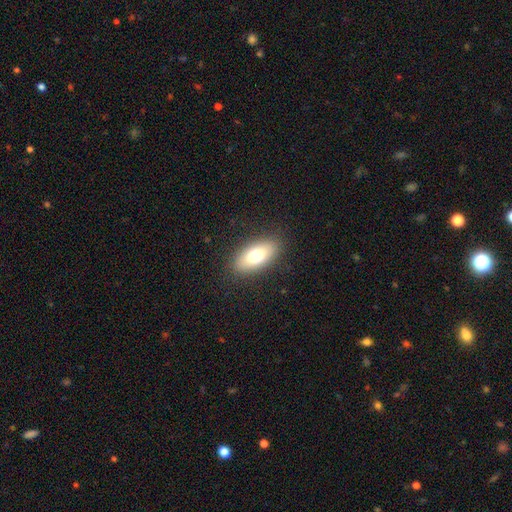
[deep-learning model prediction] Smooth or featured: smooth — 75% (featured or disk — 17%)
How rounded: in between — 85% (cigar-shaped — 11%)
Merging: none — 87% (minor disturbance — 9%)